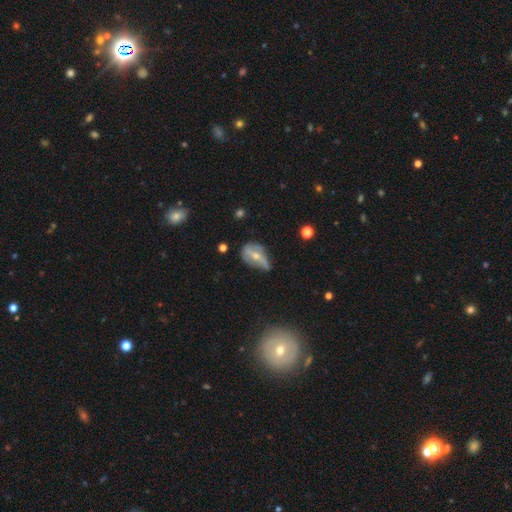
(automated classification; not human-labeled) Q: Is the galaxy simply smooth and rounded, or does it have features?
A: featured or disk — 58%.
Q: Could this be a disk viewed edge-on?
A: no — 88%.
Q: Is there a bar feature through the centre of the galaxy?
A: no — 43%.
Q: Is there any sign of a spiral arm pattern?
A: yes — 55%.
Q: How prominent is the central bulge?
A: moderate — 50%.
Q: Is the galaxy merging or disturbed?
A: minor disturbance — 39%.